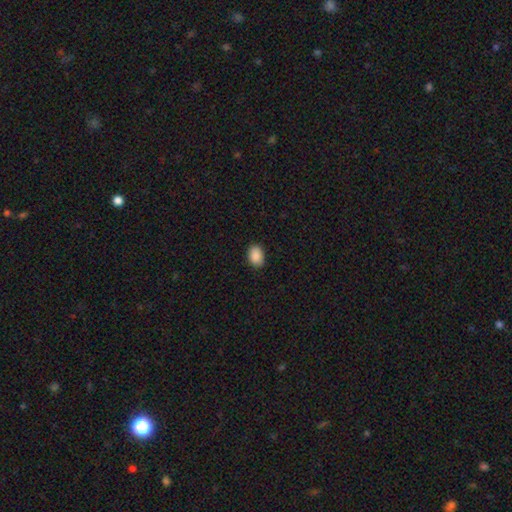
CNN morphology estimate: A smooth galaxy with no disk features (90%) that is in between round and cigar-shaped (80%). Merging: none (89%).